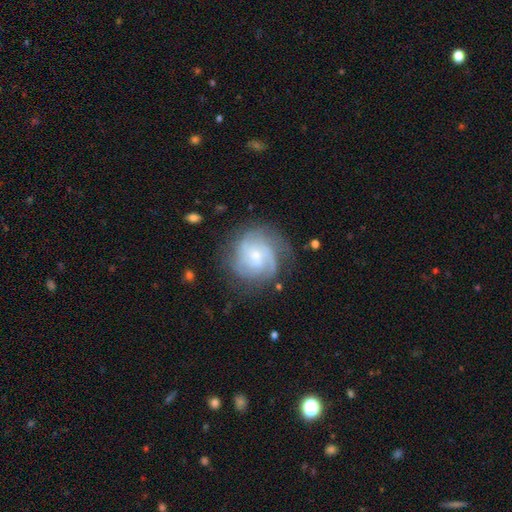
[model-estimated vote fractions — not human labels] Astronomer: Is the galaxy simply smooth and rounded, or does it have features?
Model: featured or disk — 76%.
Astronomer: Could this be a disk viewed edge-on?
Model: no — 98%.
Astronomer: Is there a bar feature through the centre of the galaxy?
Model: no — 68%.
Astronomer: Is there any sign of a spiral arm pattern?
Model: yes — 94%.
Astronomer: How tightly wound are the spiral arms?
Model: tight — 51% (runner-up: medium, 37%).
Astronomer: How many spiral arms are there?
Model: can't tell — 31% (runner-up: 3, 27%).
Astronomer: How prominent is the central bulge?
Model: small — 70%.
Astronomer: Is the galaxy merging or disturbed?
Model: none — 68%.